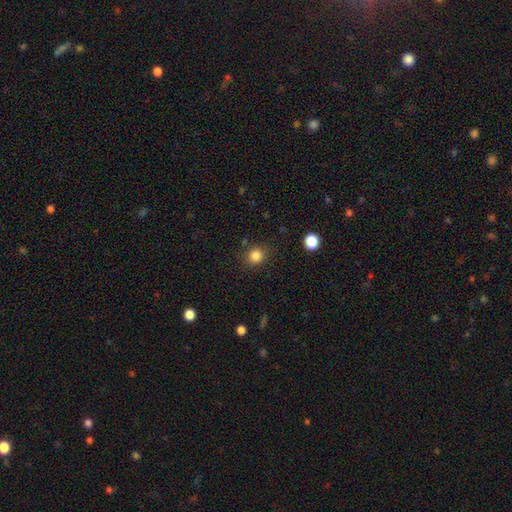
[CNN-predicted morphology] This is clearly a smooth galaxy (84%). How rounded: clearly round (83%). Merging: clearly none (84%).